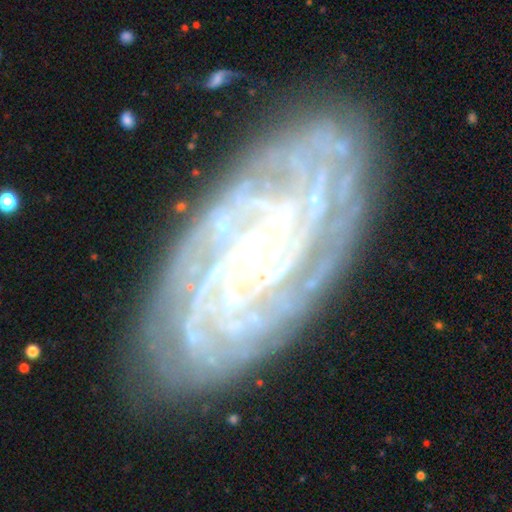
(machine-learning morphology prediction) Smooth or featured?
  - featured or disk: 89% *
  - star or artifact: 6%
  - smooth: 5%
Edge-on disk?
  - no: 95% *
  - yes: 5%
Bar?
  - no: 65% *
  - weak: 24%
  - strong: 11%
Spiral arms?
  - yes: 98% *
  - no: 2%
Spiral winding?
  - tight: 83% *
  - medium: 14%
  - loose: 3%
Spiral arm count?
  - more than 4: 26% *
  - 4: 23%
  - can't tell: 21%
  - 3: 12%
  - 2: 10%
  - 1: 8%
Bulge size?
  - small: 84% *
  - moderate: 12%
  - none: 2%
  - large: 1%
  - dominant: 1%
Merging?
  - none: 83% *
  - minor disturbance: 12%
  - major disturbance: 3%
  - merger: 1%